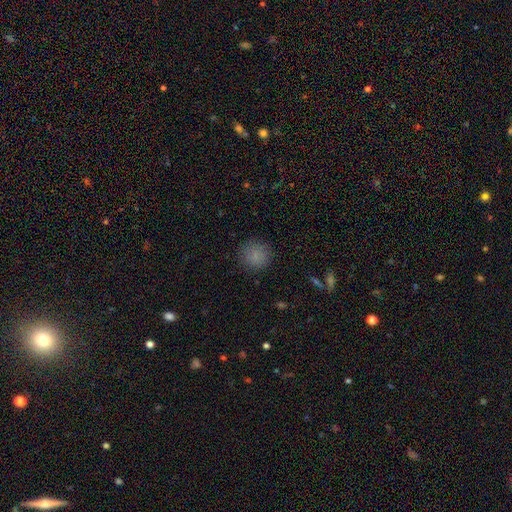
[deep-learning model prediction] Smooth or featured? Predicted: smooth (p=0.84). How rounded? Predicted: round (p=0.92). Merging? Predicted: none (p=0.87).